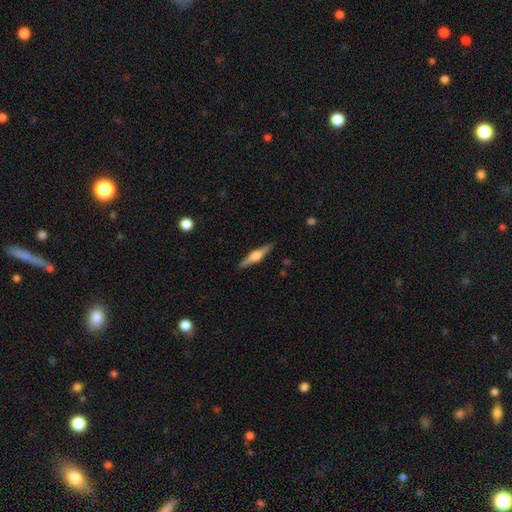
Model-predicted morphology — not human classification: Smooth or featured? Predicted: featured or disk (p=0.68). Edge-on disk? Predicted: yes (p=0.97). Edge-on bulge? Predicted: rounded (p=0.90). Merging? Predicted: none (p=0.90).